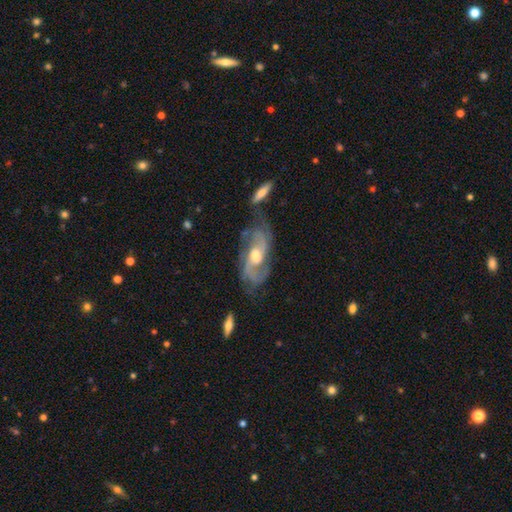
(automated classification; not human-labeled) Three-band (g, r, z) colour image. It shows a featured or disk galaxy (87%) with a weak bar (44%), 2 (73%) medium (49%) spiral arms (95%) and a moderate central bulge (70%). Merging: none (57%).